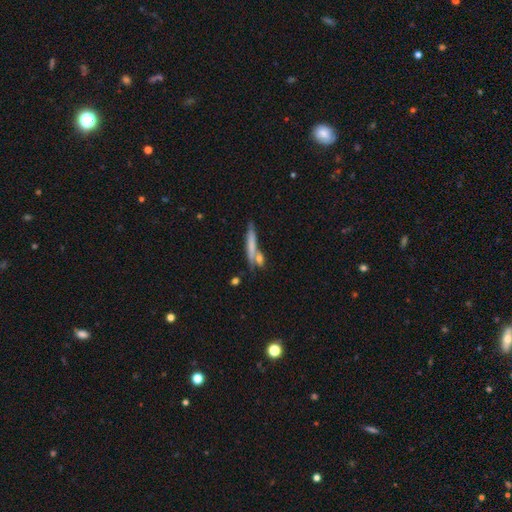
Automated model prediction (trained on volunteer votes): Smooth or featured: smooth — 62% (featured or disk — 30%)
How rounded: cigar-shaped — 79% (in between — 14%)
Merging: none — 60% (merger — 23%)